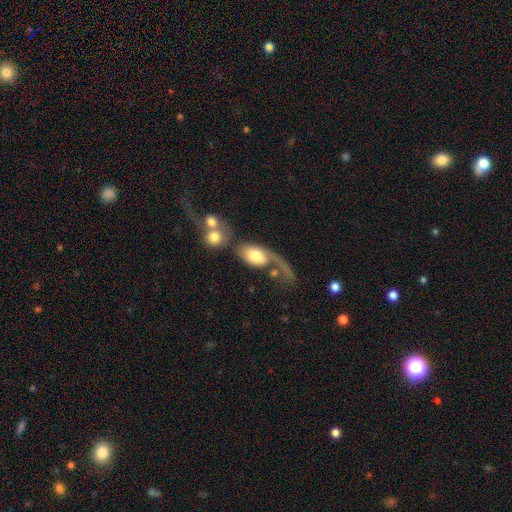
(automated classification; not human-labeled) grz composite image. It shows a smooth galaxy with no disk features (57%) that is in between round and cigar-shaped (85%). Merging: major disturbance (37%).